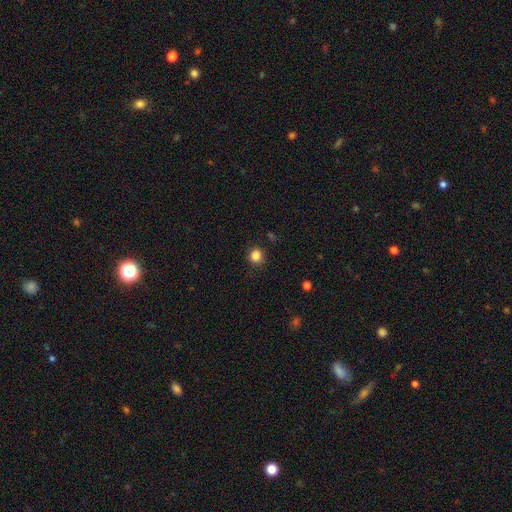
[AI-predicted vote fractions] Smooth or featured? Predicted: smooth (p=0.84). How rounded? Predicted: round (p=0.90). Merging? Predicted: none (p=0.88).